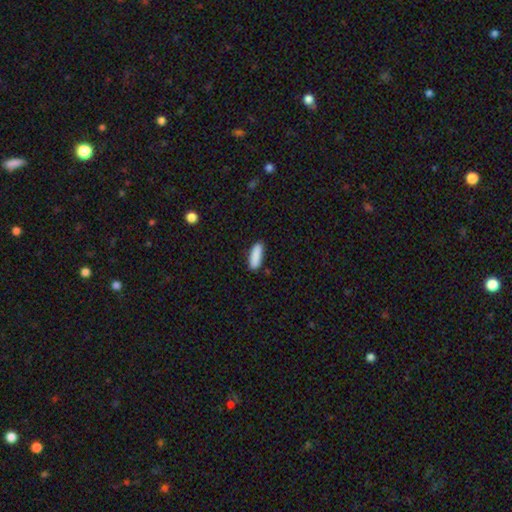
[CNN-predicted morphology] This is clearly a smooth galaxy (89%). How rounded: possibly in between (55%). Merging: clearly none (84%).